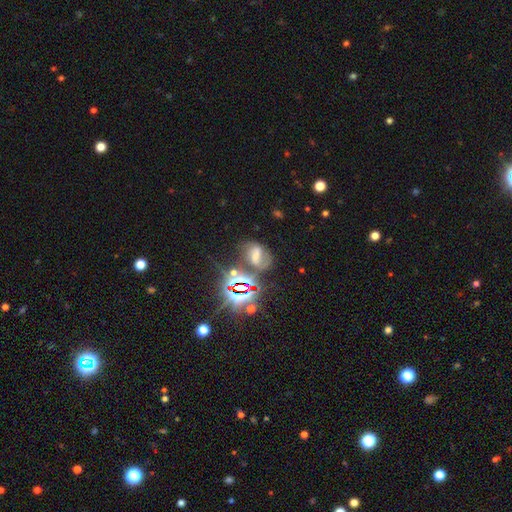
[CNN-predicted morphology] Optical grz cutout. It shows a featured or disk galaxy (38%). Merging: none (49%).